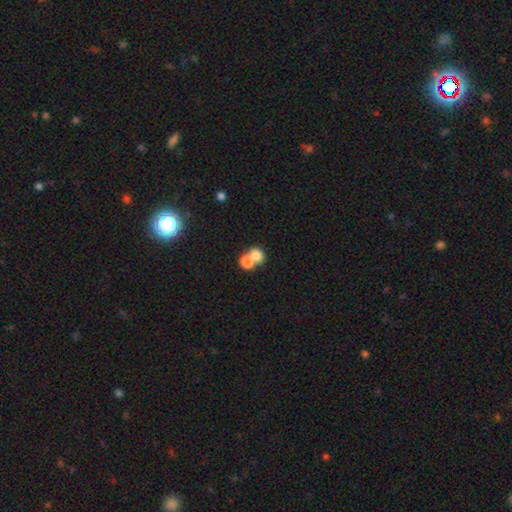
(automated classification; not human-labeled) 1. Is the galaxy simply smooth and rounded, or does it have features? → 77% smooth, 12% featured or disk, 11% star or artifact.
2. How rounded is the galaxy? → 68% round, 31% in between, 1% cigar-shaped.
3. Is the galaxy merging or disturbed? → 61% merger, 30% none, 5% minor disturbance, 3% major disturbance.